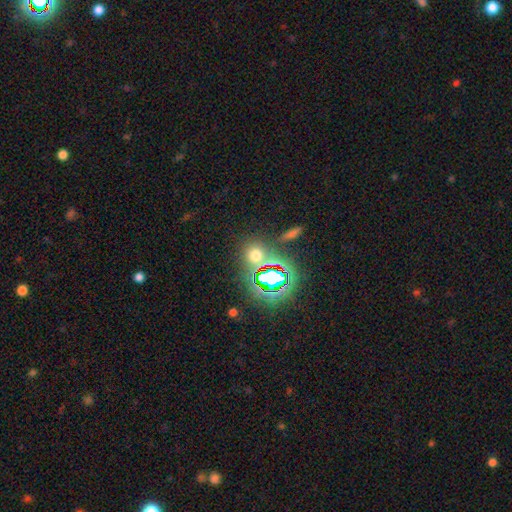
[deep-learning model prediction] The model was most divided on "smooth or featured": smooth: 54%, star or artifact: 38%, featured or disk: 8%. More confident: how rounded — round (79%); merging — none (73%).